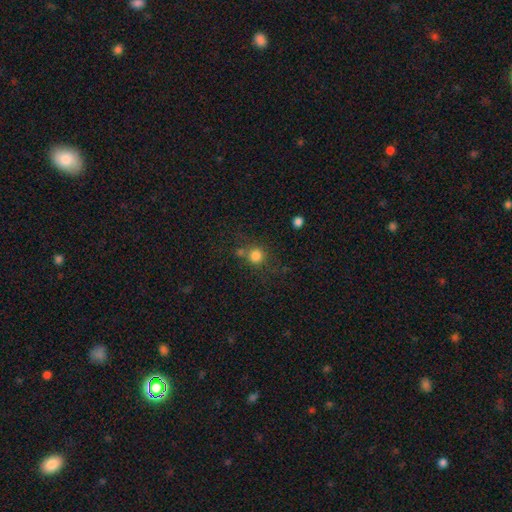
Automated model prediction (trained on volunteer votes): Q: Smooth or featured?
A: smooth (80%); runner-up: star or artifact (13%)
Q: How rounded?
A: round (90%); runner-up: in between (9%)
Q: Merging?
A: none (63%); runner-up: merger (20%)